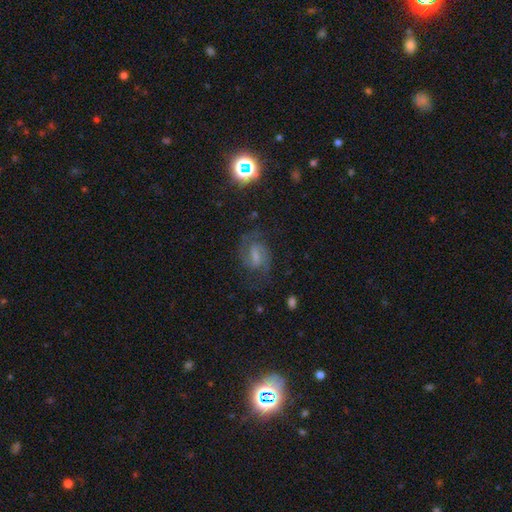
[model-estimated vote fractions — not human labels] A featured or disk galaxy (75%) with a weak bar (56%), 2 (88%) medium (57%) spiral arms (94%) and a small central bulge (44%). Merging: none (70%).